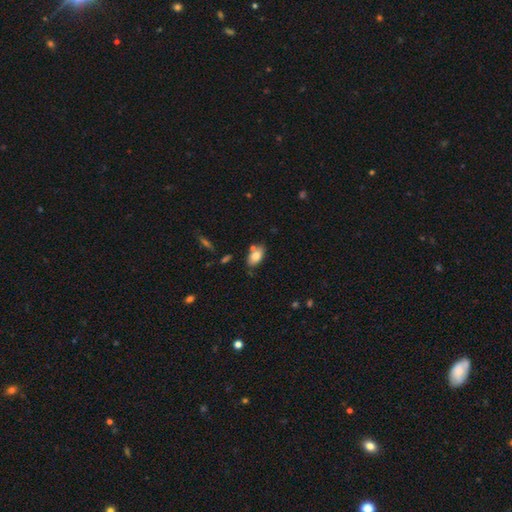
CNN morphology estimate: Smooth or featured? smooth (79%)
How rounded? in between (91%)
Merging? none (68%)